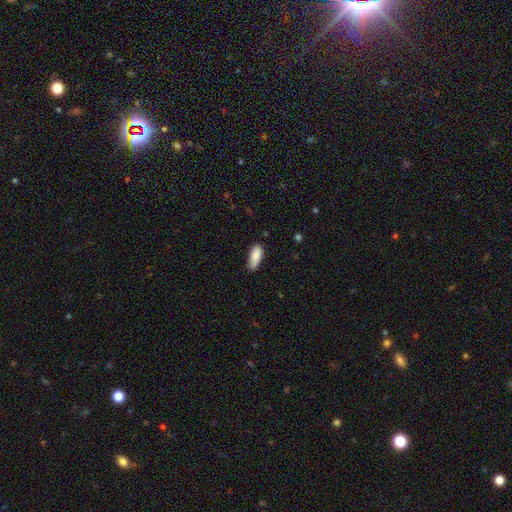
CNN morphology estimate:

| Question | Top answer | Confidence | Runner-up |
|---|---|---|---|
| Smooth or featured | smooth | 88% | star or artifact (7%) |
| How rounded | in between | 83% | cigar-shaped (15%) |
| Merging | none | 69% | minor disturbance (25%) |